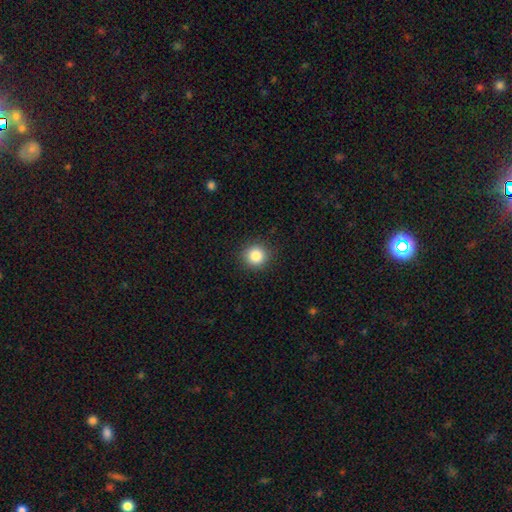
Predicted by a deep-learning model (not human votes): Smooth or featured?
  - smooth: 85% *
  - star or artifact: 10%
  - featured or disk: 5%
How rounded?
  - round: 93% *
  - in between: 6%
  - cigar-shaped: 1%
Merging?
  - none: 91% *
  - minor disturbance: 6%
  - major disturbance: 2%
  - merger: 1%